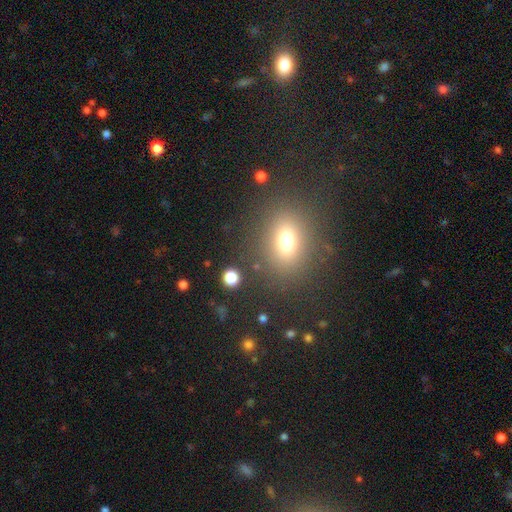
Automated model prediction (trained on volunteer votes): This appears to be a smooth galaxy with no disk features (64%) that is in between round and cigar-shaped (62%). Merging: none (85%).